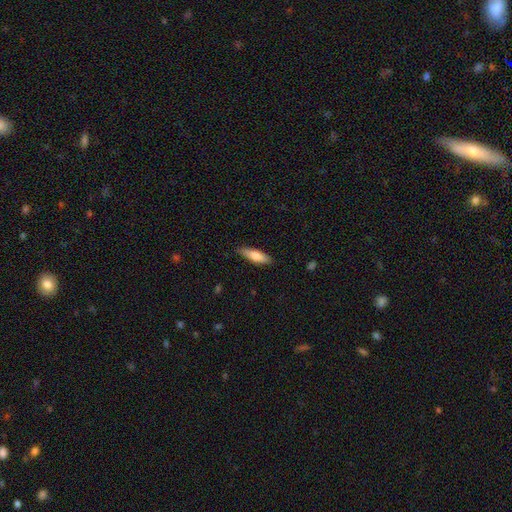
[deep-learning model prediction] The model was most divided on "how rounded": cigar-shaped: 65%, in between: 33%, round: 2%. More confident: merging — none (87%); smooth or featured — smooth (72%).